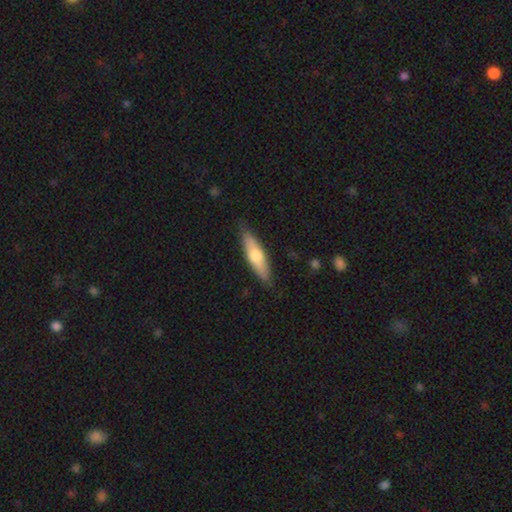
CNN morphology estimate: The model was most divided on "smooth or featured": smooth: 59%, featured or disk: 36%, star or artifact: 5%. More confident: merging — none (85%); how rounded — cigar-shaped (65%).